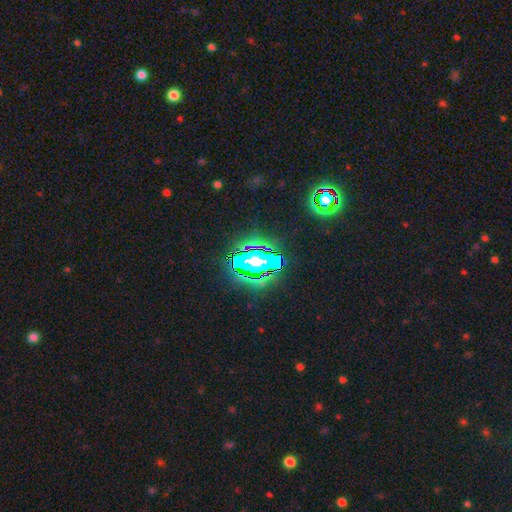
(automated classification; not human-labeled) Smooth or featured?
  - star or artifact: 80% *
  - smooth: 11%
  - featured or disk: 9%